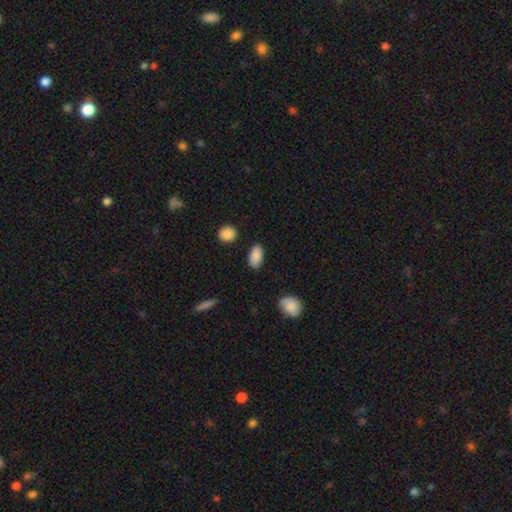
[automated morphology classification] A smooth galaxy with no disk features (89%) that is in between round and cigar-shaped (93%).

Vote fractions:
- Smooth or featured? smooth: 89% / star or artifact: 7% / featured or disk: 4%
- How rounded? in between: 93% / round: 4% / cigar-shaped: 3%
- Merging? none: 85% / minor disturbance: 11% / major disturbance: 2% / merger: 2%